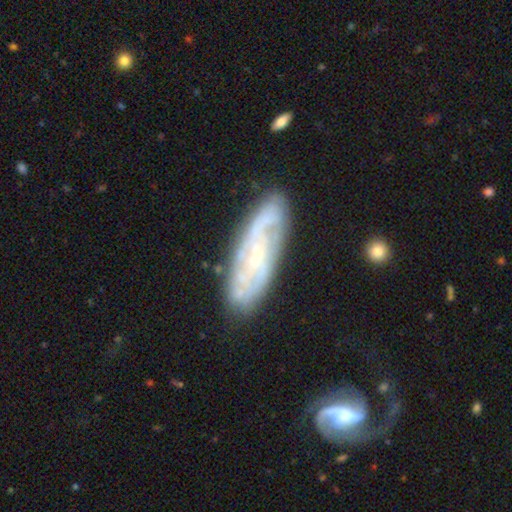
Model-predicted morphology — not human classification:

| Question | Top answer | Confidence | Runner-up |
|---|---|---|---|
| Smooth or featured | featured or disk | 77% | smooth (17%) |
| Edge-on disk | no | 84% | yes (16%) |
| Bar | no | 53% | weak (36%) |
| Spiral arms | yes | 88% | no (12%) |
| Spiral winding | tight | 56% | medium (34%) |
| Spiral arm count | can't tell | 43% | 2 (28%) |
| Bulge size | small | 70% | moderate (24%) |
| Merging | none | 78% | minor disturbance (15%) |